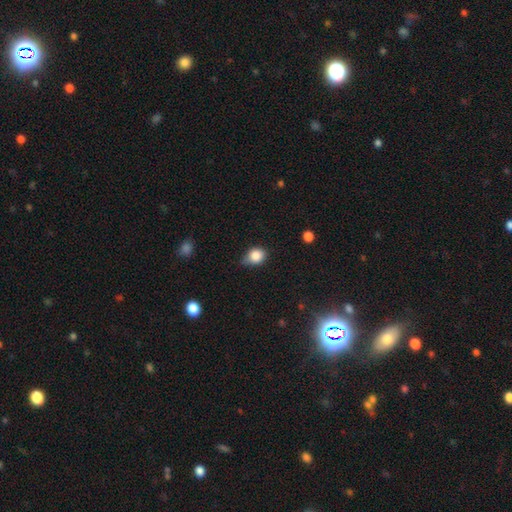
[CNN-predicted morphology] type=smooth (84%); roundness=round (55%); merging=none (53%).